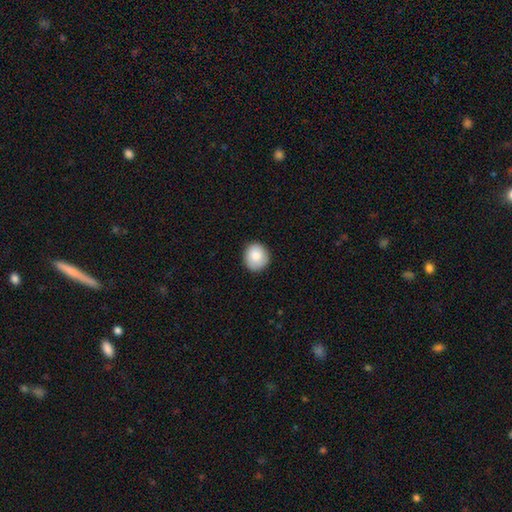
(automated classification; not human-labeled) smooth 85%, featured or disk 8%, star or artifact 7%. Down the decision tree: how rounded — round (81%); merging — none (85%).